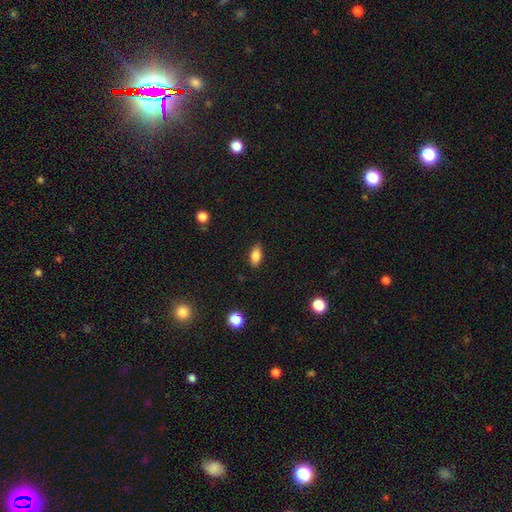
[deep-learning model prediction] Morphology: type=smooth (85%); roundness=in between (88%); merging=none (85%).